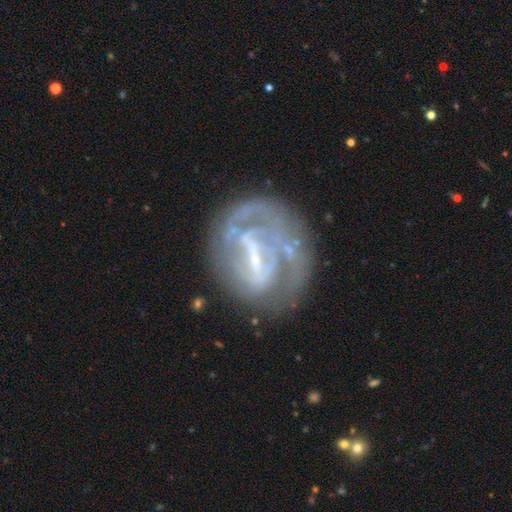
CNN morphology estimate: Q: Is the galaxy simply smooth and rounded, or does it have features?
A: featured or disk — 76%.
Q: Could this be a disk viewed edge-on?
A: no — 96%.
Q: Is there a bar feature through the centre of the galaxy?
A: strong — 50%.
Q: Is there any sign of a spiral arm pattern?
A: yes — 58%.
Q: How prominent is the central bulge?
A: small — 45%.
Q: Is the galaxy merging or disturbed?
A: none — 55%.